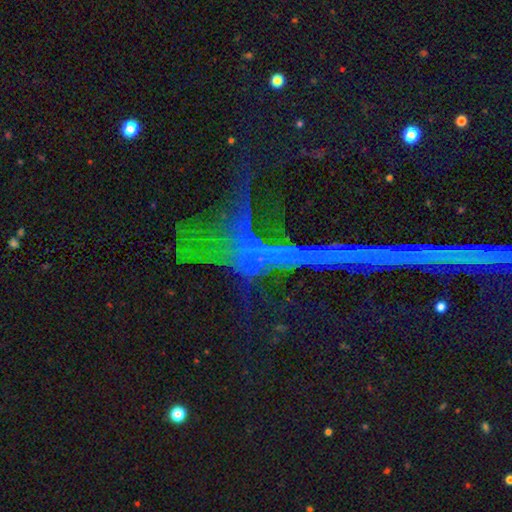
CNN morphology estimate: The model was most divided on "smooth or featured": star or artifact: 79%, featured or disk: 11%, smooth: 10%.